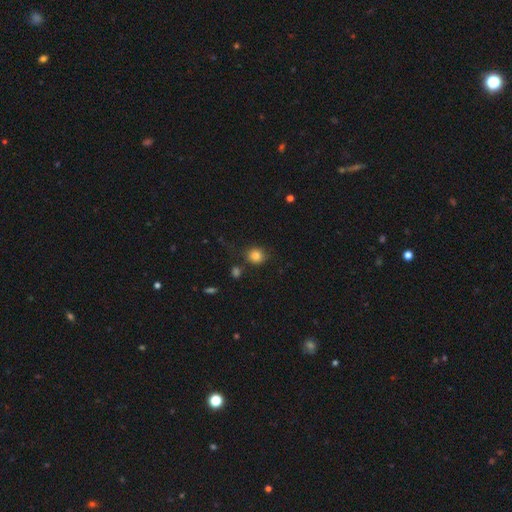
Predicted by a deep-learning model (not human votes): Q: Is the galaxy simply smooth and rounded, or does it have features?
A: smooth — 83%.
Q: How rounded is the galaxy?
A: round — 84%.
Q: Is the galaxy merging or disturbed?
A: none — 79%.